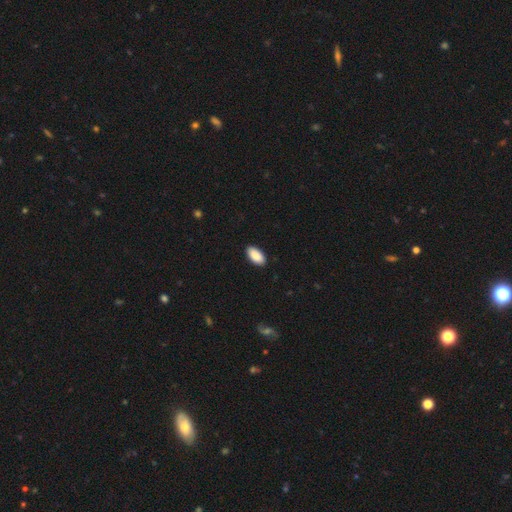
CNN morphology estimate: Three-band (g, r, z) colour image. It shows a smooth galaxy with no disk features (90%) that is in between round and cigar-shaped (95%). Merging: none (89%).